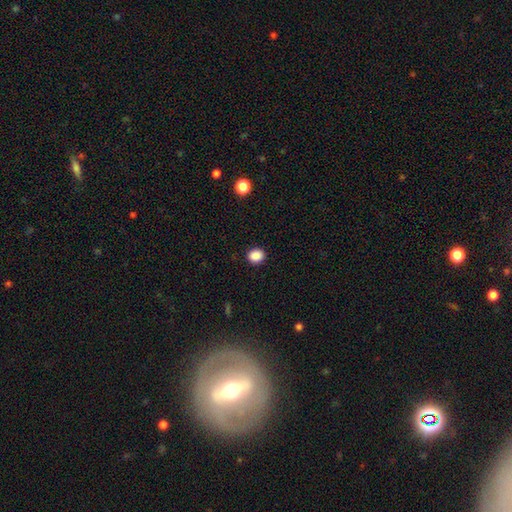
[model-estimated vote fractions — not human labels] Smooth or featured?
  - smooth: 89% *
  - star or artifact: 9%
  - featured or disk: 2%
How rounded?
  - round: 63% *
  - in between: 36%
  - cigar-shaped: 1%
Merging?
  - none: 91% *
  - minor disturbance: 6%
  - major disturbance: 2%
  - merger: 1%